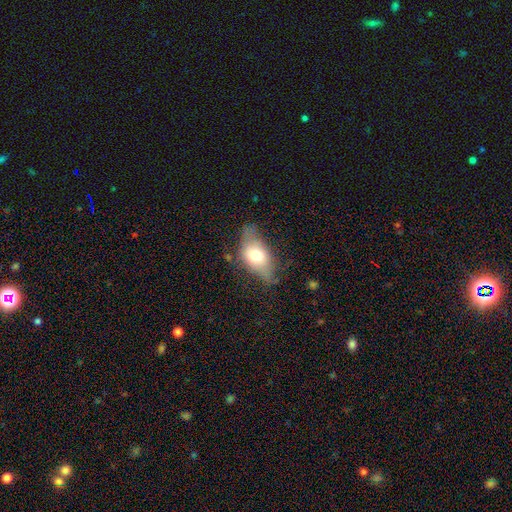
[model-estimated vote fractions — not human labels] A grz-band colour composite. It shows a smooth galaxy with no disk features (61%) that is in between round and cigar-shaped (84%). Merging: none (48%).